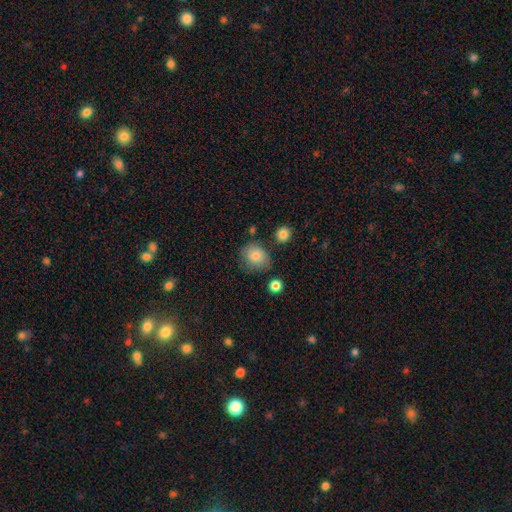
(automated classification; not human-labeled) smooth-or-featured: smooth: 82% | star or artifact: 9% | featured or disk: 9%
  how-rounded: round: 68% | in between: 31% | cigar-shaped: 1%
  merging: none: 67% | minor disturbance: 22% | major disturbance: 6% | merger: 5%